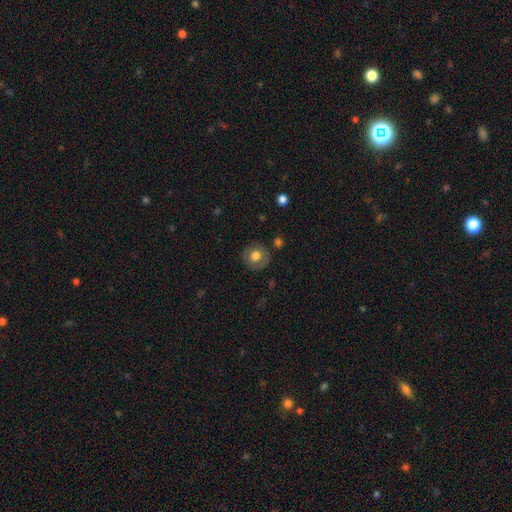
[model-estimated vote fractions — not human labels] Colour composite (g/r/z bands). It shows a smooth galaxy with no disk features (67%) that is round (85%). Merging: none (82%).